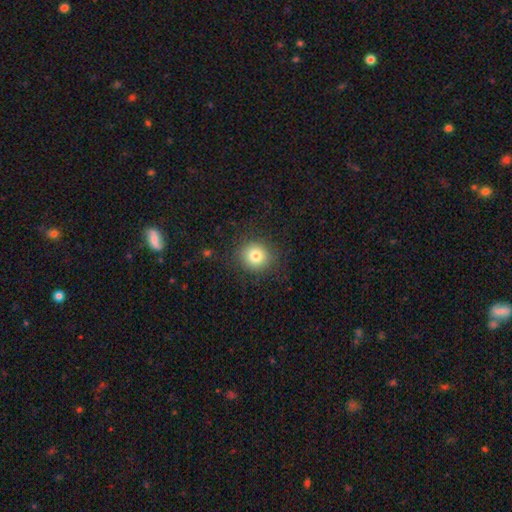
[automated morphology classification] Overall: smooth (79%). How rounded: round (87%). Merging: none (87%).